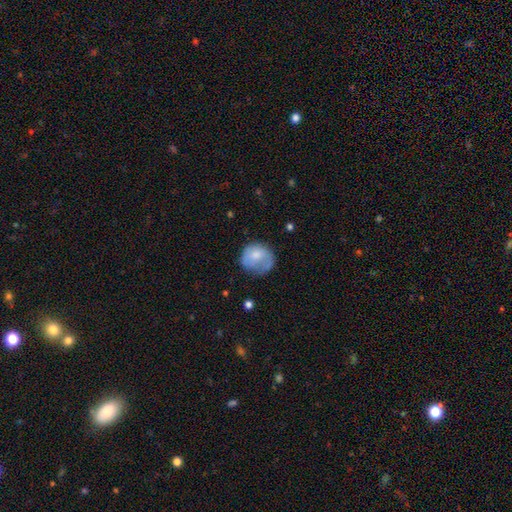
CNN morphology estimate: Q: Smooth or featured?
A: smooth (65%); runner-up: featured or disk (27%)
Q: How rounded?
A: round (78%); runner-up: in between (21%)
Q: Merging?
A: none (47%); runner-up: minor disturbance (30%)